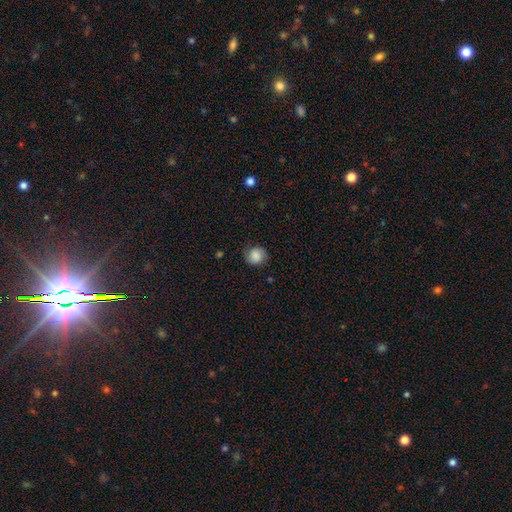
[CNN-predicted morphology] Q: Smooth or featured?
A: smooth (83%); runner-up: featured or disk (9%)
Q: How rounded?
A: round (85%); runner-up: in between (14%)
Q: Merging?
A: none (80%); runner-up: minor disturbance (15%)